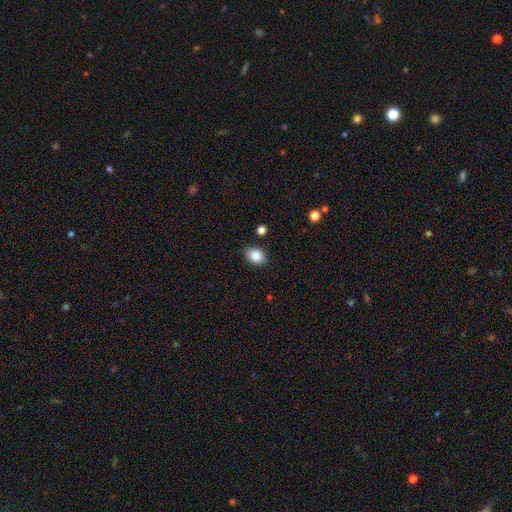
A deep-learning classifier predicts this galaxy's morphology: Smooth or featured: smooth — 86% (star or artifact — 8%)
How rounded: in between — 70% (round — 28%)
Merging: none — 84% (minor disturbance — 11%)